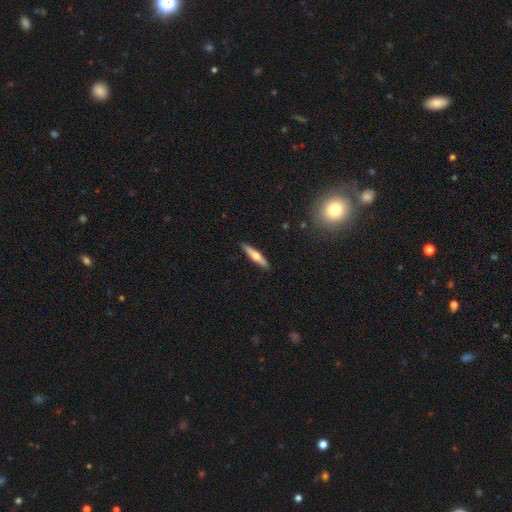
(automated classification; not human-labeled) The model was most divided on "smooth or featured": featured or disk: 49%, smooth: 46%, star or artifact: 6%. More confident: merging — none (90%).